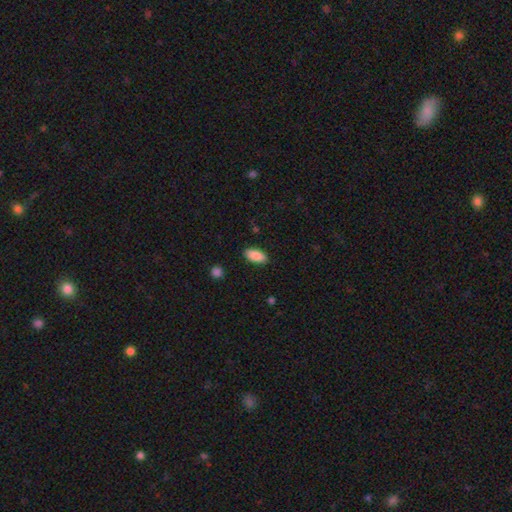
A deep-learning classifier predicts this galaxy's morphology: The model was most divided on "merging": none: 88%, minor disturbance: 9%, major disturbance: 2%, merger: 1%. More confident: how rounded — in between (91%); smooth or featured — smooth (89%).